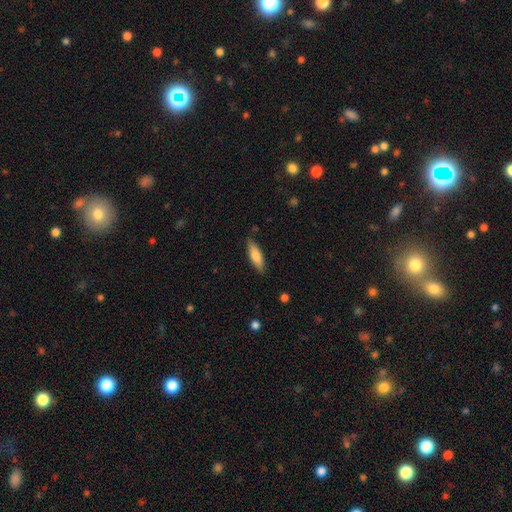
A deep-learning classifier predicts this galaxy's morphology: Overall: smooth (73%). How rounded: cigar-shaped (53%; in between 45%). Merging: none (85%).